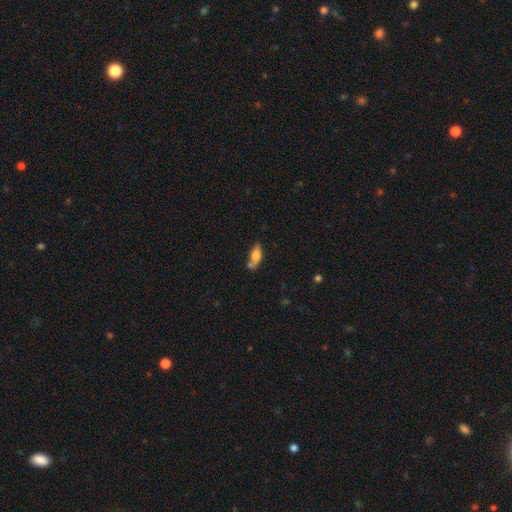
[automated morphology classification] Smooth or featured: smooth — 70% (featured or disk — 22%)
How rounded: in between — 77% (cigar-shaped — 20%)
Merging: none — 50% (minor disturbance — 22%)